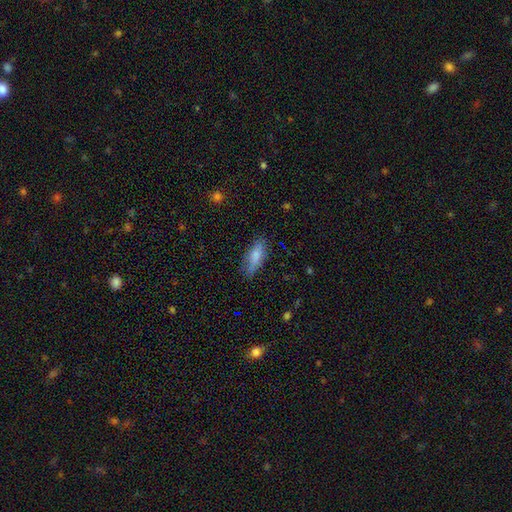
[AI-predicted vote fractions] This appears to be a smooth galaxy with no disk features (76%) that is in between round and cigar-shaped (63%). Merging: none (75%).